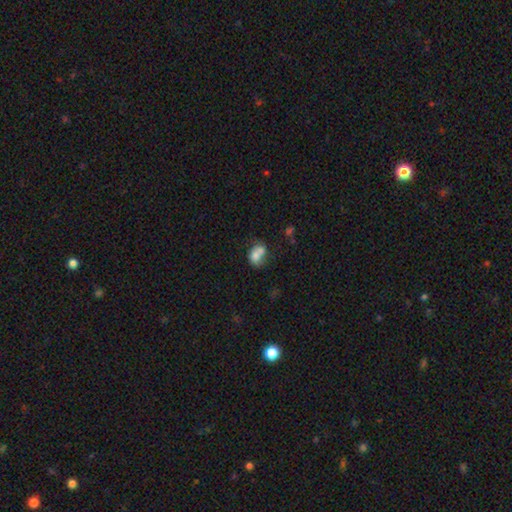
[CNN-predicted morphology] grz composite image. It shows a smooth galaxy with no disk features (71%) that is in between round and cigar-shaped (61%). Merging: merger (60%).